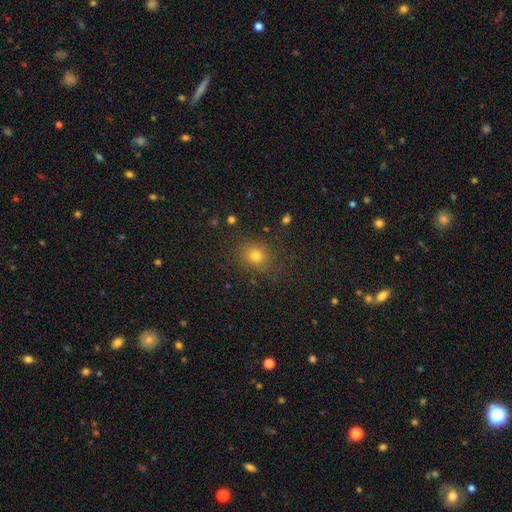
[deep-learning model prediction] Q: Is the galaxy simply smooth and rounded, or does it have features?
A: smooth — 74%.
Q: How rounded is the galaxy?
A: round — 76%.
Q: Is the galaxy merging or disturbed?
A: none — 81%.